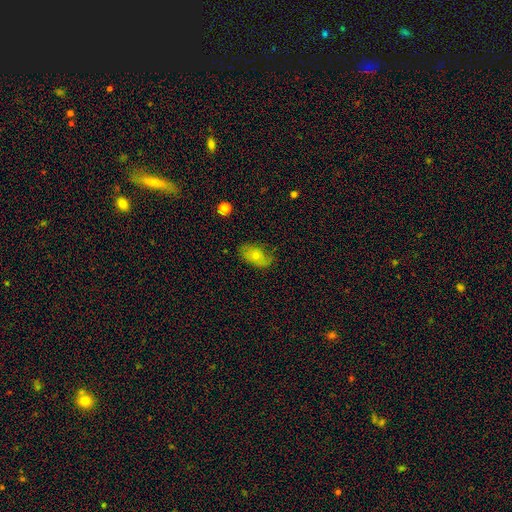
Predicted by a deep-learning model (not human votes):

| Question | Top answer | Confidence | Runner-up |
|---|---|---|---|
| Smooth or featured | smooth | 60% | featured or disk (31%) |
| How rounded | in between | 88% | round (9%) |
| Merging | none | 69% | minor disturbance (23%) |